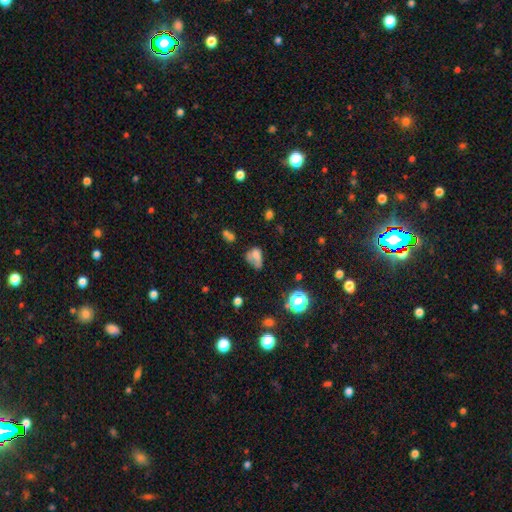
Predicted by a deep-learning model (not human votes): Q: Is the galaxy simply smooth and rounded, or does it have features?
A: smooth — 63%.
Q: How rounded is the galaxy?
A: in between — 73%.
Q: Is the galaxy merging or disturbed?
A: major disturbance — 32%.